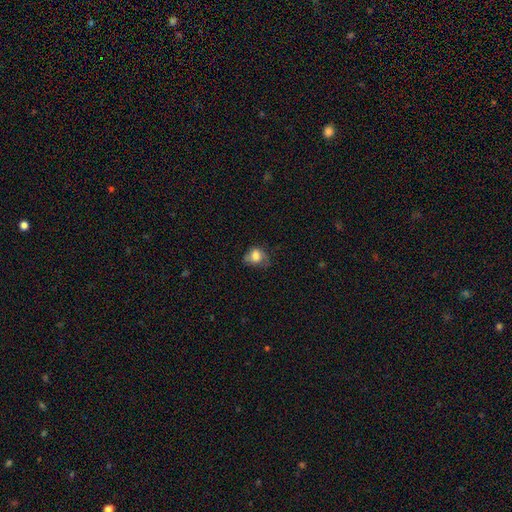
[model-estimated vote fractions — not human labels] Smooth or featured: smooth — 74% (featured or disk — 16%)
How rounded: in between — 53% (round — 46%)
Merging: none — 41% (minor disturbance — 36%)